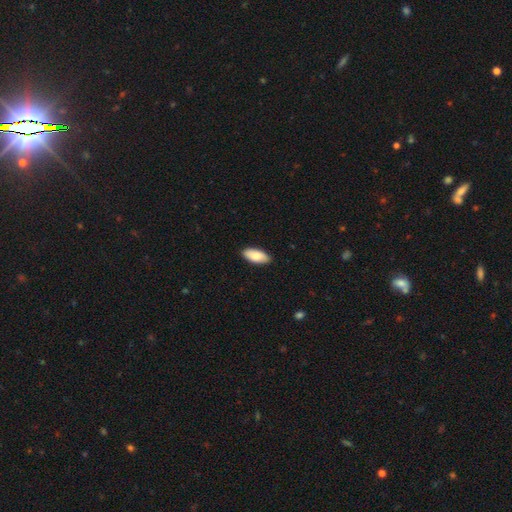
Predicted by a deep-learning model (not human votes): smooth 83%, featured or disk 12%, star or artifact 6%. Down the decision tree: how rounded — in between (89%); merging — none (89%).